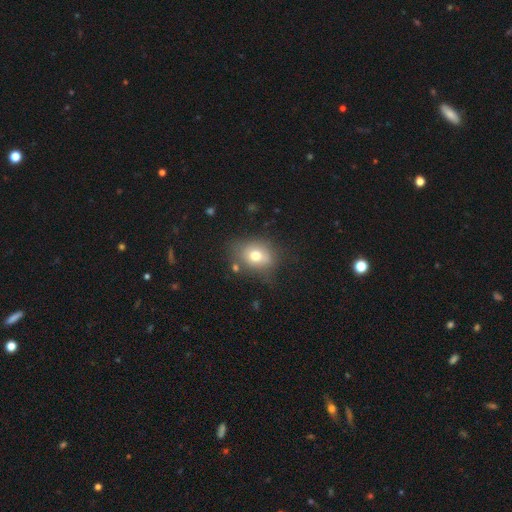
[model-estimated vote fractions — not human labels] The model was most divided on "how rounded": in between: 54%, round: 45%, cigar-shaped: 1%. More confident: smooth or featured — smooth (73%); merging — none (62%).